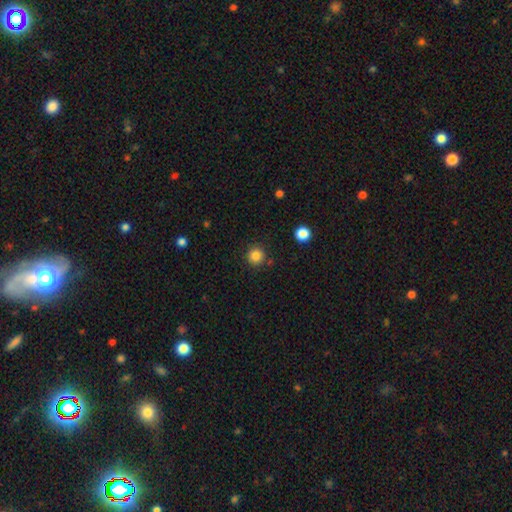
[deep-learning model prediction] A smooth galaxy with no disk features (85%) that is round (95%).

Vote fractions:
- Smooth or featured? smooth: 85% / star or artifact: 11% / featured or disk: 4%
- How rounded? round: 95% / in between: 4% / cigar-shaped: 1%
- Merging? none: 88% / minor disturbance: 7% / merger: 3% / major disturbance: 3%